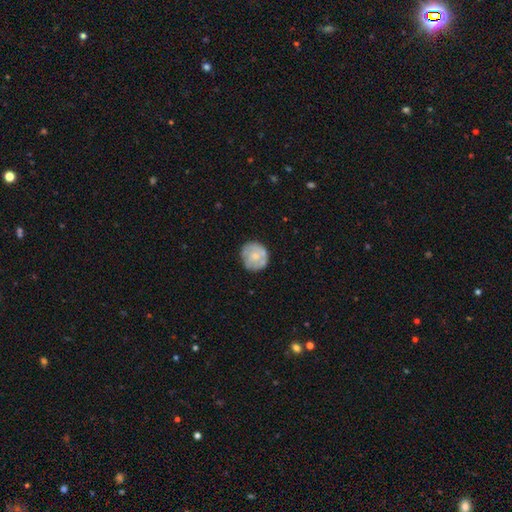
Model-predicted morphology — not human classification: Smooth or featured?
  - smooth: 55% *
  - featured or disk: 39%
  - star or artifact: 6%
How rounded?
  - round: 88% *
  - in between: 11%
  - cigar-shaped: 1%
Merging?
  - none: 73% *
  - minor disturbance: 18%
  - major disturbance: 6%
  - merger: 3%